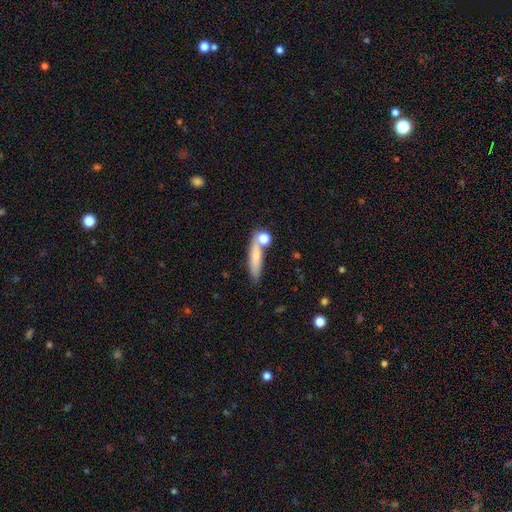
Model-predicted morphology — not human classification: Overall: smooth (74%). How rounded: cigar-shaped (75%). Merging: none (64%).